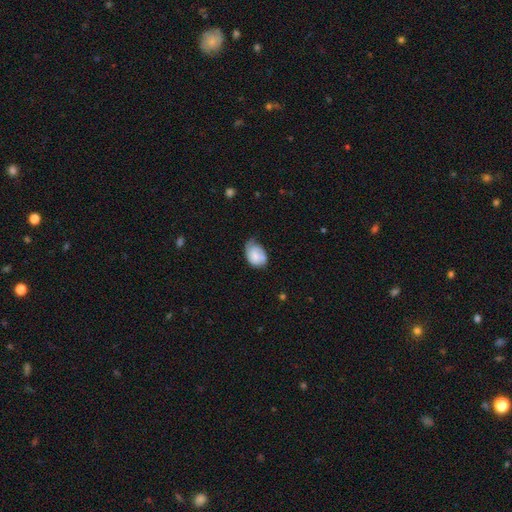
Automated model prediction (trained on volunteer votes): Morphology: type=smooth (63%); roundness=in between (79%); merging=minor disturbance (43%).